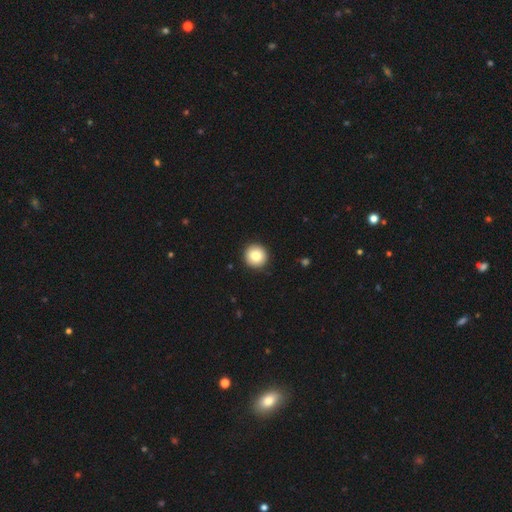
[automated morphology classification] smooth_or_featured: smooth (p=0.83) [alt: featured or disk p=0.09]
how_rounded: round (p=0.96) [alt: in between p=0.03]
merging: none (p=0.93) [alt: minor disturbance p=0.05]